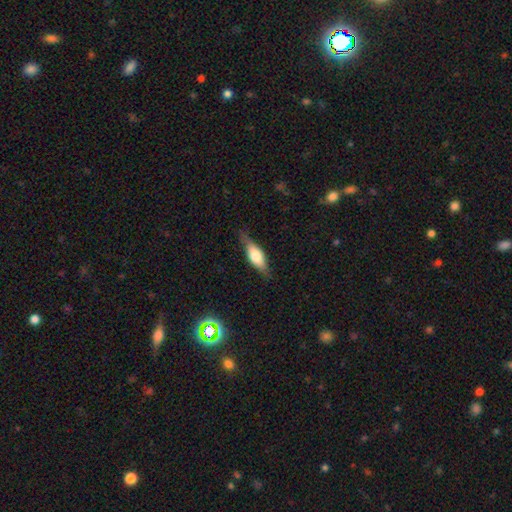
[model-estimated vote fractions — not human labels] smooth_or_featured: smooth (p=0.48) [alt: featured or disk p=0.46]
merging: none (p=0.78) [alt: minor disturbance p=0.17]